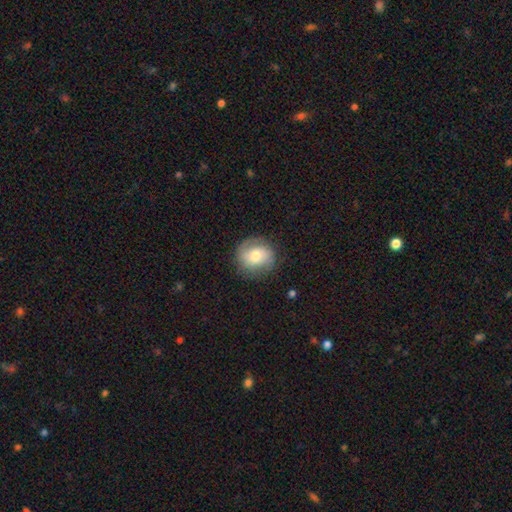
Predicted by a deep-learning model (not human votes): Q: Smooth or featured?
A: smooth (53%); runner-up: featured or disk (39%)
Q: How rounded?
A: round (81%); runner-up: in between (18%)
Q: Merging?
A: none (79%); runner-up: minor disturbance (14%)